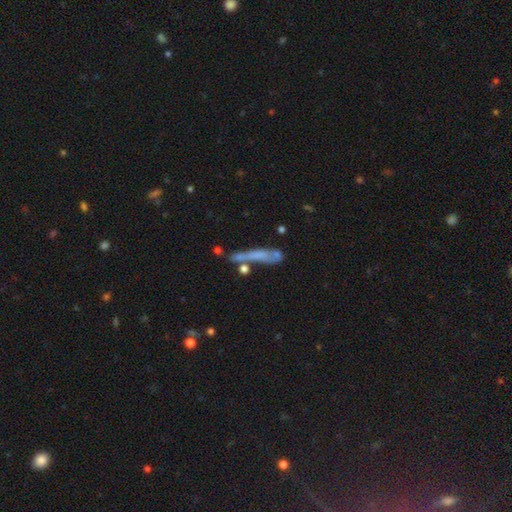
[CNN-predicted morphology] Smooth or featured? smooth (47%)
Merging? none (45%)